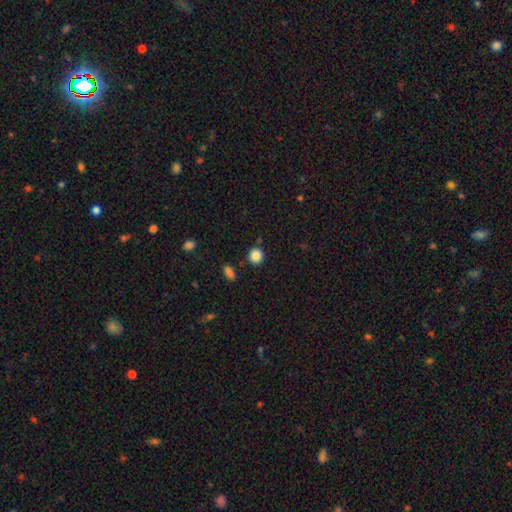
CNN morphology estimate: The model was most divided on "merging": none: 85%, minor disturbance: 8%, merger: 4%, major disturbance: 3%. More confident: how rounded — round (89%); smooth or featured — smooth (87%).